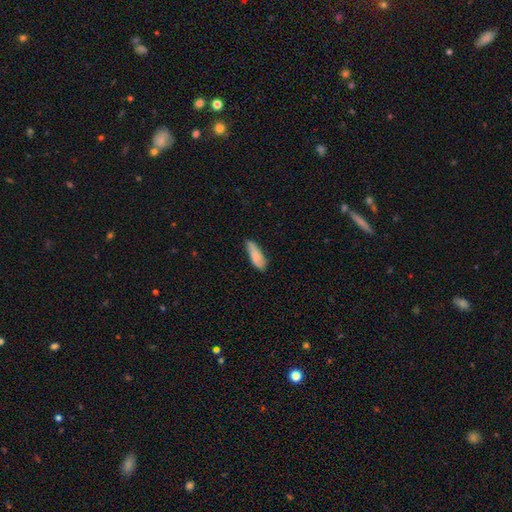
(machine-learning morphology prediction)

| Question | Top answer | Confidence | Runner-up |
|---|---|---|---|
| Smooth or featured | smooth | 81% | featured or disk (12%) |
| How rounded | in between | 59% | cigar-shaped (39%) |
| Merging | none | 53% | minor disturbance (36%) |